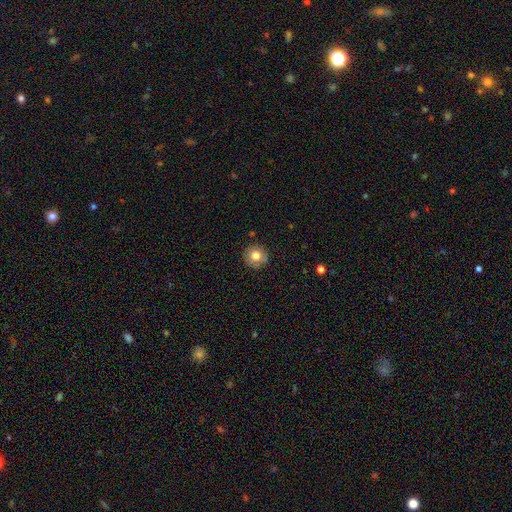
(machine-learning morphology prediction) Smooth or featured: smooth — 79% (featured or disk — 11%)
How rounded: round — 94% (in between — 5%)
Merging: none — 88% (minor disturbance — 9%)